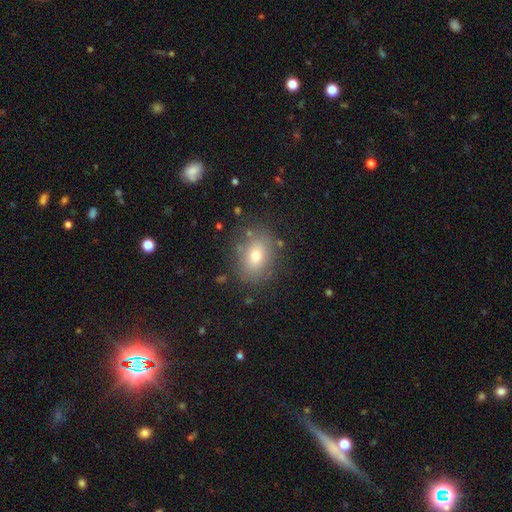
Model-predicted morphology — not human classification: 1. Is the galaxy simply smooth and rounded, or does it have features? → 70% smooth, 17% featured or disk, 12% star or artifact.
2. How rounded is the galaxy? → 65% in between, 34% round, 1% cigar-shaped.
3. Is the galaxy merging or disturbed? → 80% none, 13% minor disturbance, 5% major disturbance, 2% merger.